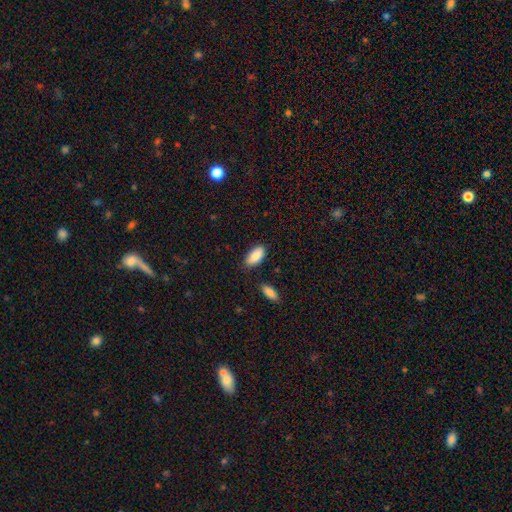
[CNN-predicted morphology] Q: Smooth or featured?
A: smooth (89%); runner-up: star or artifact (6%)
Q: How rounded?
A: in between (91%); runner-up: cigar-shaped (7%)
Q: Merging?
A: none (79%); runner-up: minor disturbance (15%)